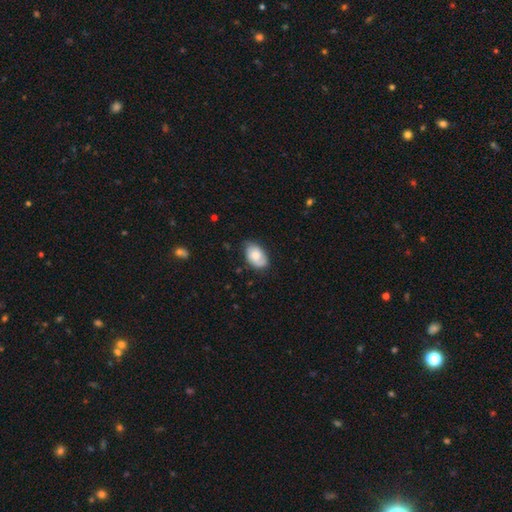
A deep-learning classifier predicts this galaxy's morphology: Smooth or featured? smooth (67%)
How rounded? in between (91%)
Merging? none (72%)